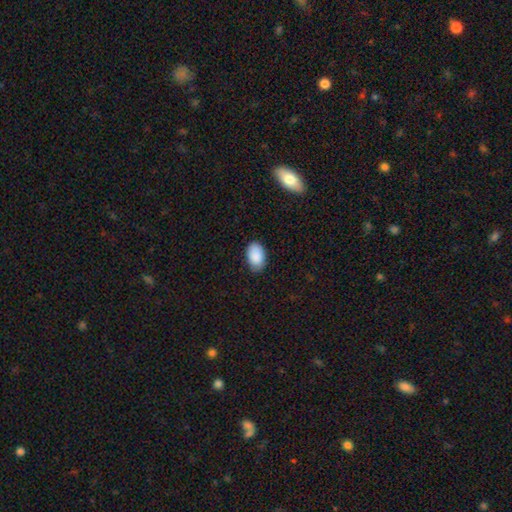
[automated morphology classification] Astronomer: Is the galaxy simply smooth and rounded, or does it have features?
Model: smooth — 89%.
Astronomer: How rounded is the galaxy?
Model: in between — 92%.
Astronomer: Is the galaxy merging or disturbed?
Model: none — 79%.